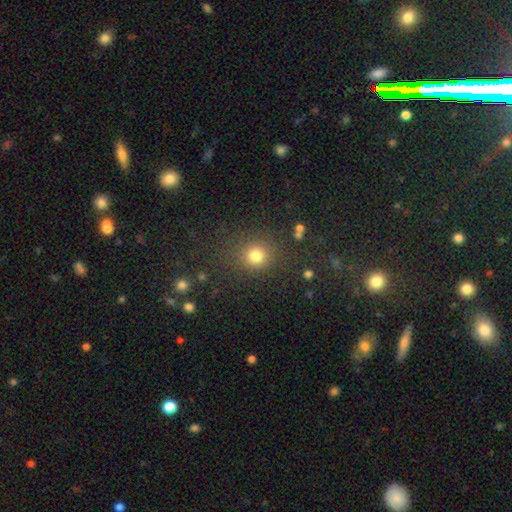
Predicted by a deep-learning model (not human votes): A smooth galaxy with no disk features (79%) that is round (87%).

Vote fractions:
- Smooth or featured? smooth: 79% / star or artifact: 15% / featured or disk: 6%
- How rounded? round: 87% / in between: 12% / cigar-shaped: 1%
- Merging? none: 83% / minor disturbance: 9% / major disturbance: 5% / merger: 3%